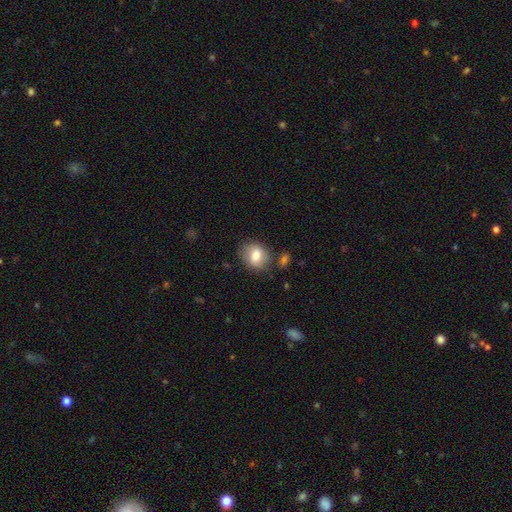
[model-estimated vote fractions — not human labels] smooth_or_featured: smooth (p=0.77) [alt: featured or disk p=0.15]
how_rounded: round (p=0.56) [alt: in between p=0.43]
merging: none (p=0.76) [alt: minor disturbance p=0.15]